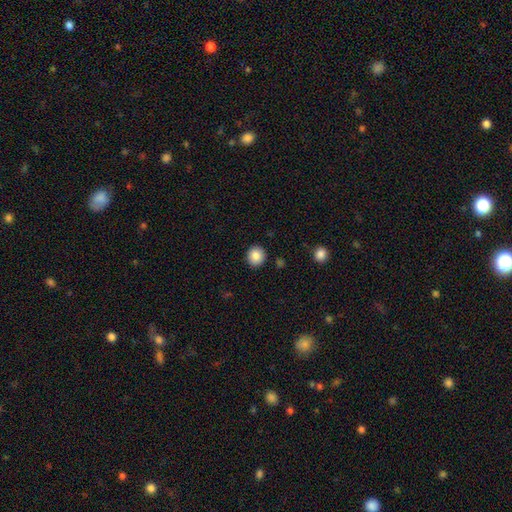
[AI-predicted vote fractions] A smooth galaxy with no disk features (85%) that is round (87%).

Vote fractions:
- Smooth or featured? smooth: 85% / star or artifact: 9% / featured or disk: 6%
- How rounded? round: 87% / in between: 12% / cigar-shaped: 1%
- Merging? none: 91% / minor disturbance: 6% / major disturbance: 2% / merger: 1%